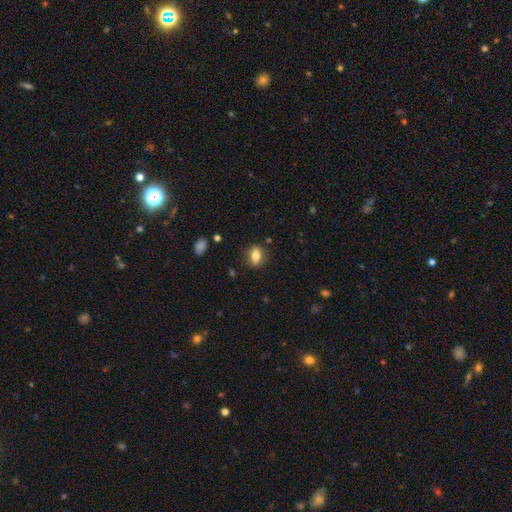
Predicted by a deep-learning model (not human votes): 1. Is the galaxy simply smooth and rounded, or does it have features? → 78% smooth, 13% featured or disk, 9% star or artifact.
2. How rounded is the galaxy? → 69% in between, 26% round, 4% cigar-shaped.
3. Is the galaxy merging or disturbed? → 84% none, 11% minor disturbance, 3% major disturbance, 2% merger.